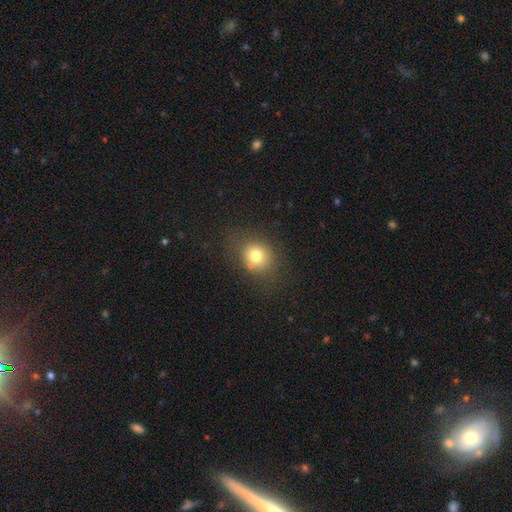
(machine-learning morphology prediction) This appears to be a smooth galaxy with no disk features (75%) that is round (68%). Merging: none (74%).